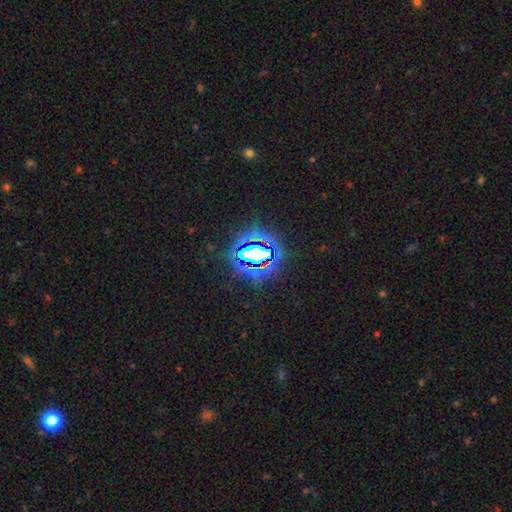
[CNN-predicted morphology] star or artifact 76%, smooth 13%, featured or disk 11%.